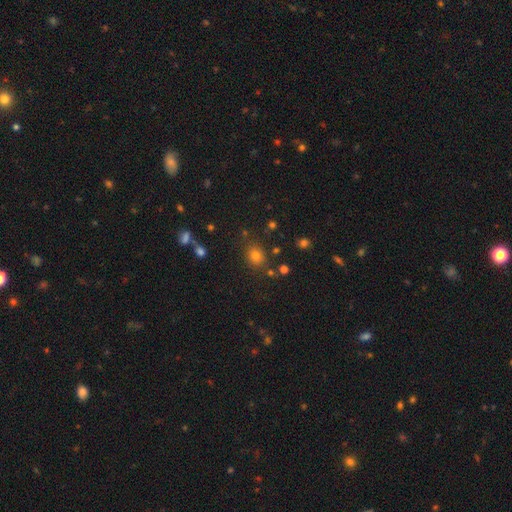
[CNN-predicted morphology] This is likely a smooth galaxy (74%). How rounded: likely round (68%). Merging: clearly none (80%).